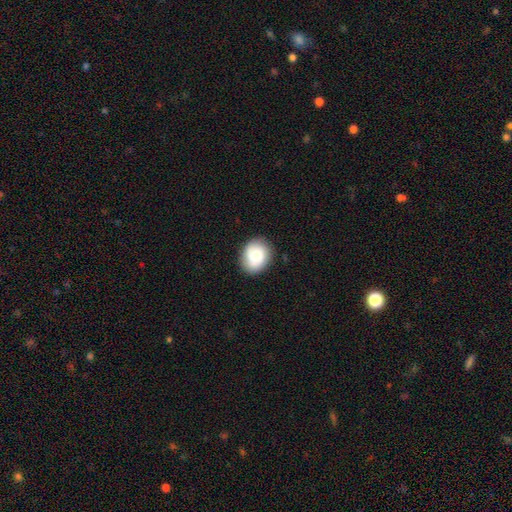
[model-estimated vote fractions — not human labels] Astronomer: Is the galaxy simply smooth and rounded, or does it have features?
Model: smooth — 74%.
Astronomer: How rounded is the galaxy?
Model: round — 52% (runner-up: in between, 48%).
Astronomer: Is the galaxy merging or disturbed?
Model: none — 83%.